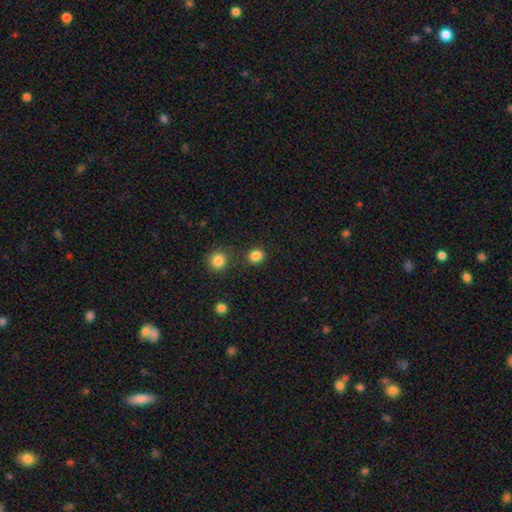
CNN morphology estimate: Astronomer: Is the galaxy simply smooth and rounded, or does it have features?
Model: smooth — 84%.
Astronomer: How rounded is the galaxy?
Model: round — 82%.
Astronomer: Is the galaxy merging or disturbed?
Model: none — 83%.